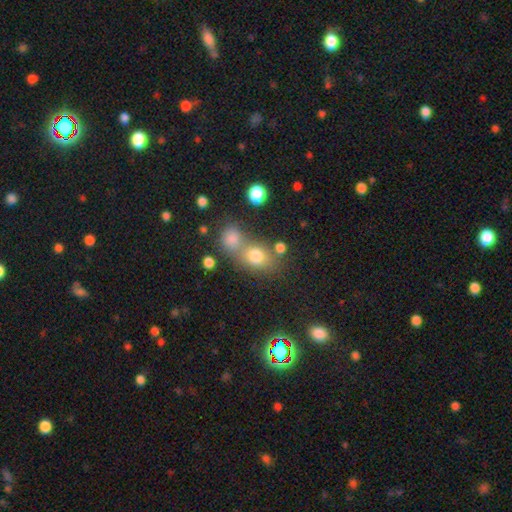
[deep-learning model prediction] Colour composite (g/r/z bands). It shows a smooth galaxy with no disk features (74%) that is in between round and cigar-shaped (49%, tied with round). Merging: none (48%).